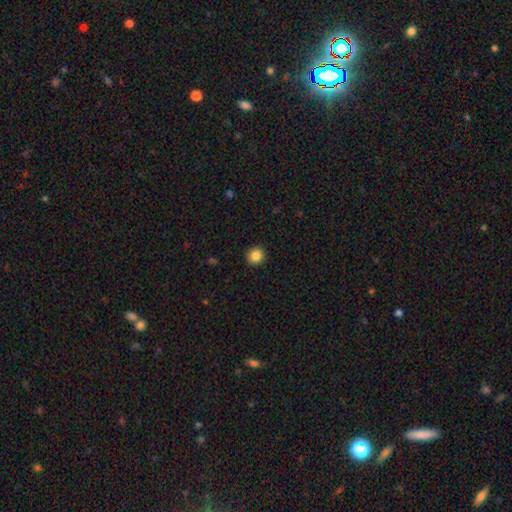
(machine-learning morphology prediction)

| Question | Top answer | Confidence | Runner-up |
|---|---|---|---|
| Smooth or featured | smooth | 86% | star or artifact (10%) |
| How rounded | round | 88% | in between (11%) |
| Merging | none | 93% | minor disturbance (5%) |